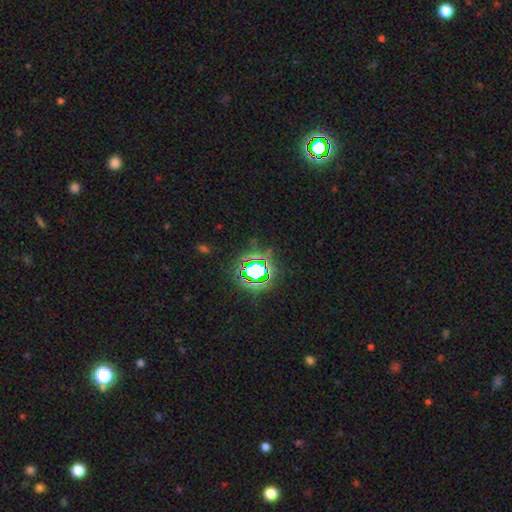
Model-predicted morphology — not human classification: Smooth or featured? star or artifact (78%)